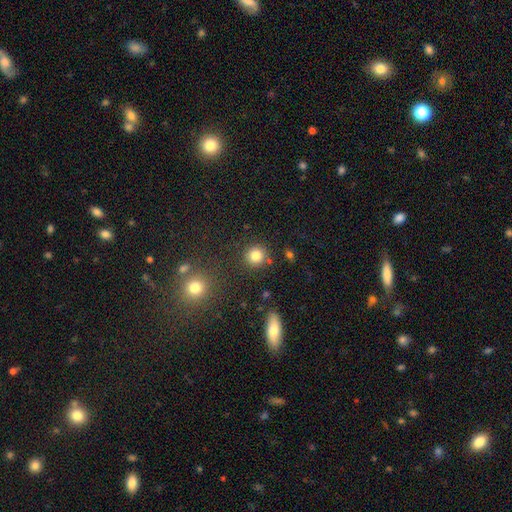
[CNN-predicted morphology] Smooth or featured: smooth — 83% (star or artifact — 11%)
How rounded: round — 91% (in between — 8%)
Merging: none — 86% (minor disturbance — 7%)